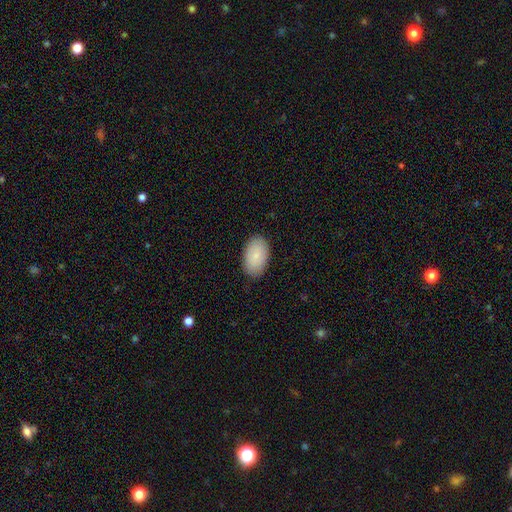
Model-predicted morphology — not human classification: The model was most divided on "smooth or featured": smooth: 84%, featured or disk: 10%, star or artifact: 6%. More confident: how rounded — in between (94%); merging — none (87%).